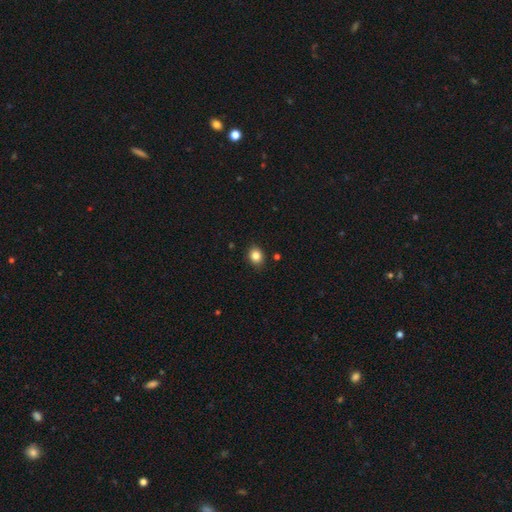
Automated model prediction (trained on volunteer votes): smooth-or-featured: smooth: 84% | star or artifact: 10% | featured or disk: 5%
  how-rounded: round: 54% | in between: 45% | cigar-shaped: 1%
  merging: none: 87% | minor disturbance: 10% | major disturbance: 2% | merger: 1%